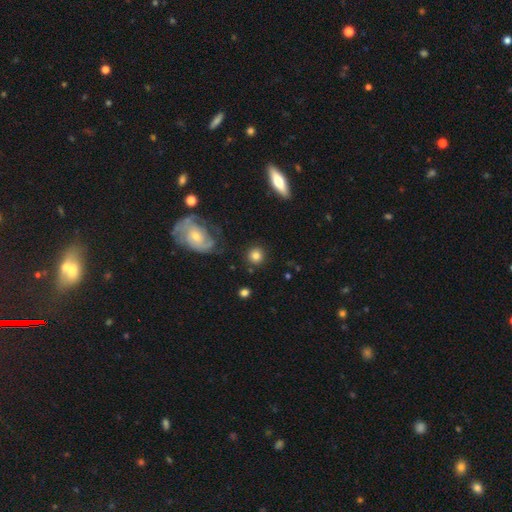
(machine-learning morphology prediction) This is likely a smooth galaxy (76%). How rounded: clearly round (90%). Merging: clearly none (85%).